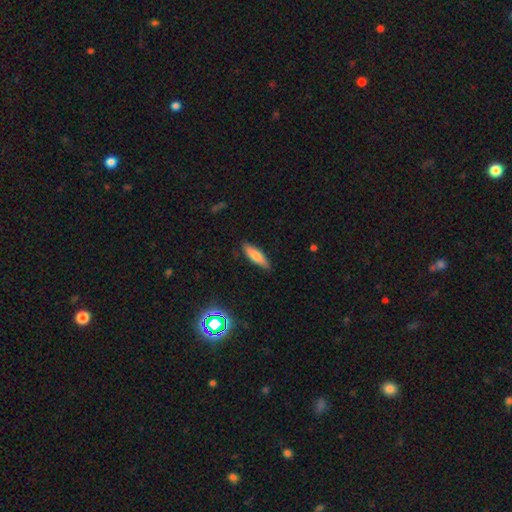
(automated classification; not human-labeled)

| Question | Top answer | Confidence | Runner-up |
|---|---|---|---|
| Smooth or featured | smooth | 73% | featured or disk (19%) |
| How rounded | cigar-shaped | 56% | in between (42%) |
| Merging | none | 86% | minor disturbance (11%) |